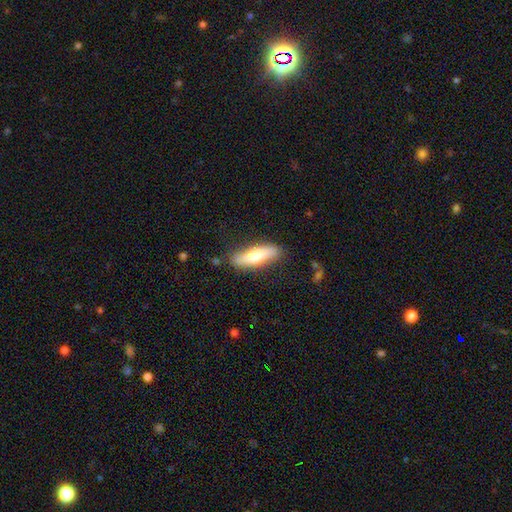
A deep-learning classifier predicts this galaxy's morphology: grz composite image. It shows a smooth galaxy with no disk features (69%) that is cigar-shaped (60%). Merging: none (81%).